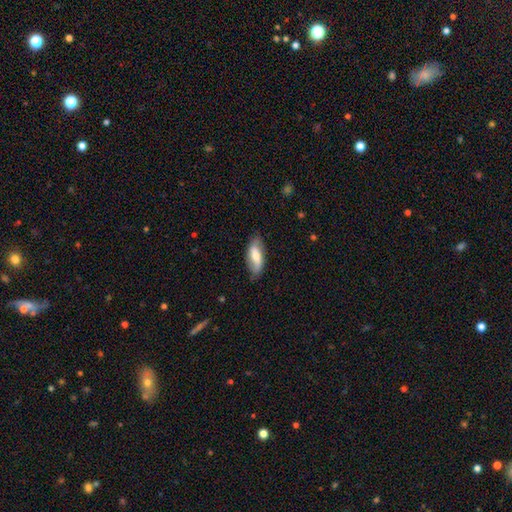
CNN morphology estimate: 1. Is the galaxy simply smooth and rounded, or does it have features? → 53% smooth, 41% featured or disk, 6% star or artifact.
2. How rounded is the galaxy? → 80% in between, 17% cigar-shaped, 3% round.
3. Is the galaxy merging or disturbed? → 77% none, 17% minor disturbance, 4% major disturbance, 1% merger.